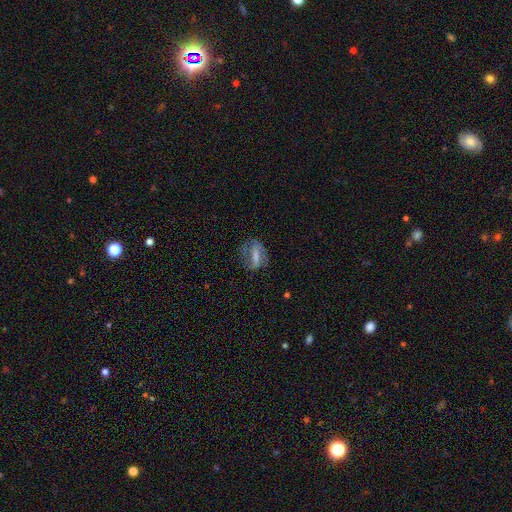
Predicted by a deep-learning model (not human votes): A featured or disk galaxy (46%). Merging: none (54%).